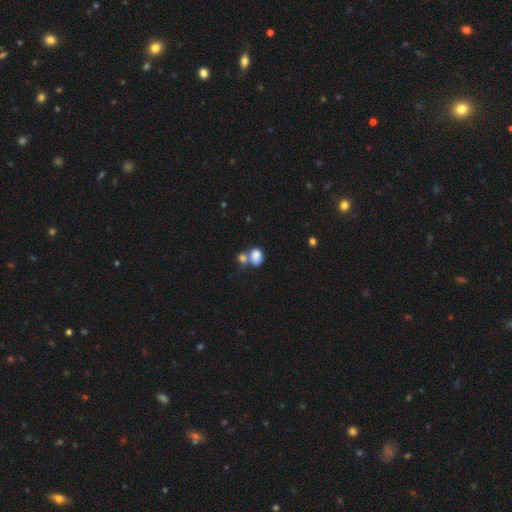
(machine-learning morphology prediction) smooth_or_featured: smooth (p=0.82) [alt: star or artifact p=0.09]
how_rounded: in between (p=0.63) [alt: round p=0.36]
merging: merger (p=0.54) [alt: none p=0.29]